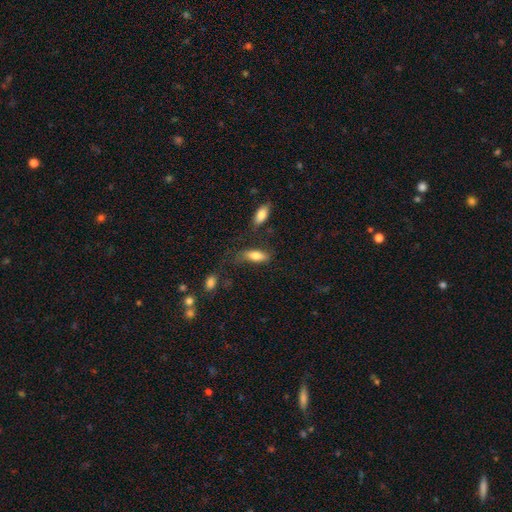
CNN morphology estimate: This appears to be a smooth galaxy with no disk features (78%) that is in between round and cigar-shaped (70%). Merging: none (58%).